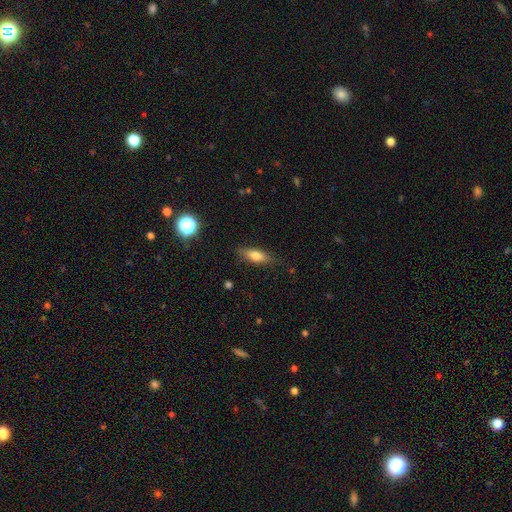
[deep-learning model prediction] Smooth or featured? smooth (71%)
How rounded? in between (58%)
Merging? none (79%)